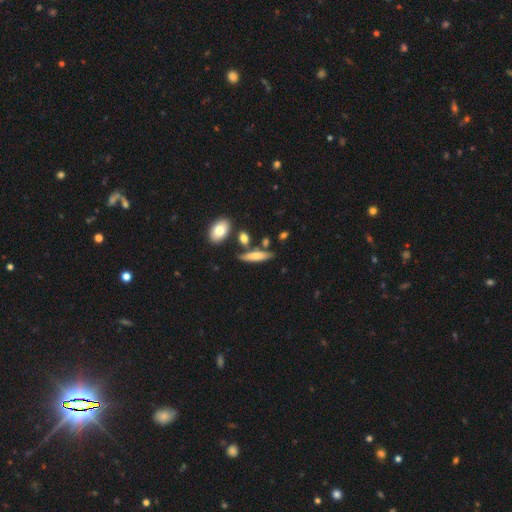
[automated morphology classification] Smooth or featured? smooth (61%)
How rounded? cigar-shaped (65%)
Merging? none (72%)